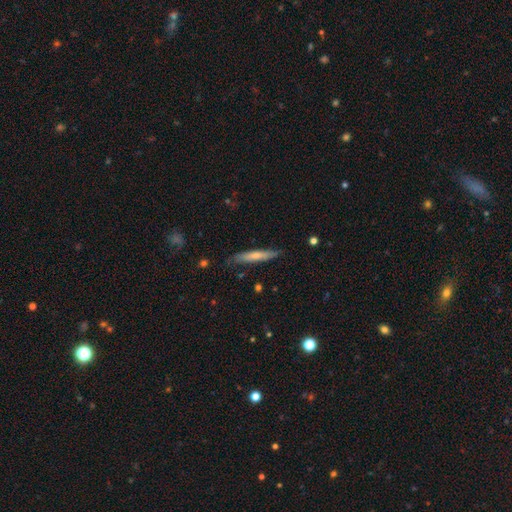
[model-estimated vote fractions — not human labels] smooth-or-featured: smooth: 60% | featured or disk: 34% | star or artifact: 6%
  how-rounded: cigar-shaped: 91% | in between: 8% | round: 1%
  merging: none: 82% | minor disturbance: 14% | major disturbance: 2% | merger: 1%